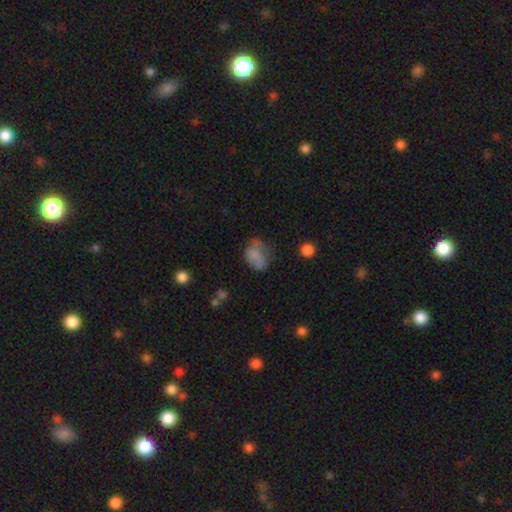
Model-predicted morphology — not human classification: Smooth or featured? Predicted: smooth (p=0.70). How rounded? Predicted: in between (p=0.78). Merging? Predicted: none (p=0.37).